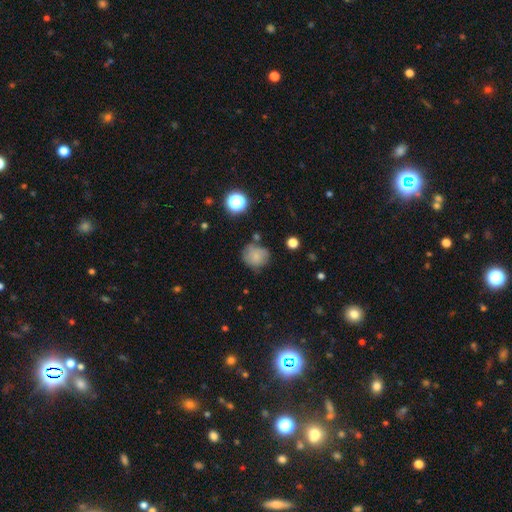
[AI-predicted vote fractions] Smooth or featured? Predicted: smooth (p=0.76). How rounded? Predicted: round (p=0.83). Merging? Predicted: none (p=0.62).